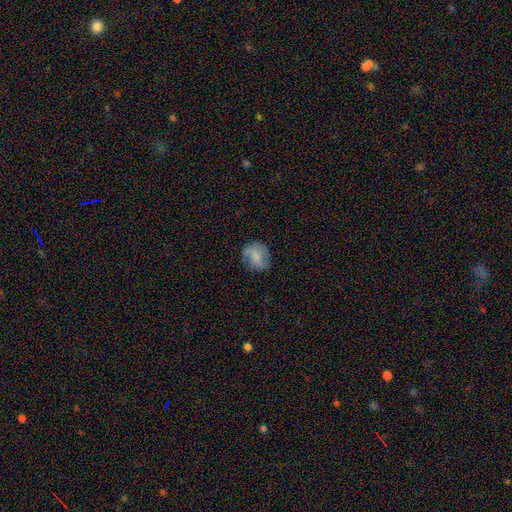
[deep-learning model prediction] This appears to be a smooth galaxy with no disk features (64%) that is round (74%). Merging: none (72%).